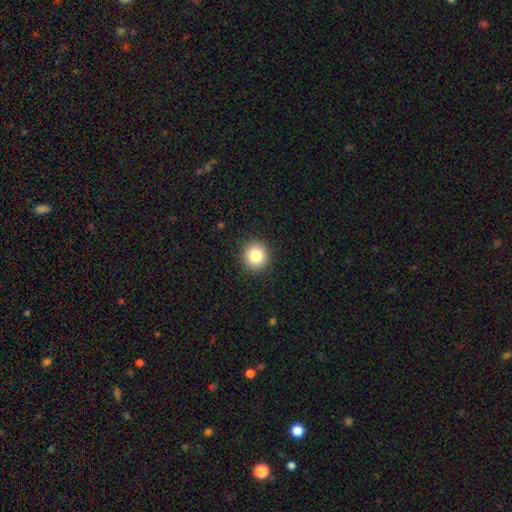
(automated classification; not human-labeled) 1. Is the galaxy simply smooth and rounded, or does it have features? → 84% smooth, 10% star or artifact, 6% featured or disk.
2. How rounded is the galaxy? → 92% round, 7% in between, 1% cigar-shaped.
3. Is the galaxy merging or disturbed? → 92% none, 5% minor disturbance, 2% major disturbance, 1% merger.